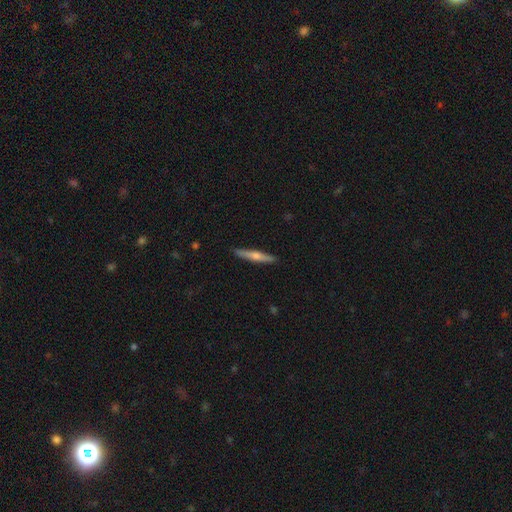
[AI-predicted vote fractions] Q: Smooth or featured?
A: featured or disk (57%); runner-up: smooth (37%)
Q: Edge-on disk?
A: yes (97%); runner-up: no (3%)
Q: Edge-on bulge?
A: rounded (82%); runner-up: none (13%)
Q: Merging?
A: none (91%); runner-up: minor disturbance (7%)